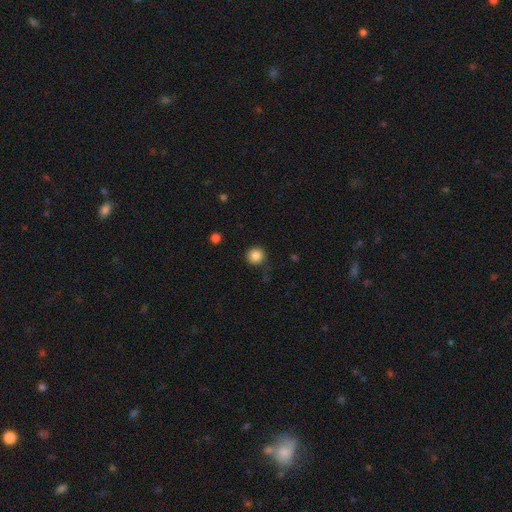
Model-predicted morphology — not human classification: This is clearly a smooth galaxy (84%). How rounded: clearly round (95%). Merging: clearly none (85%).